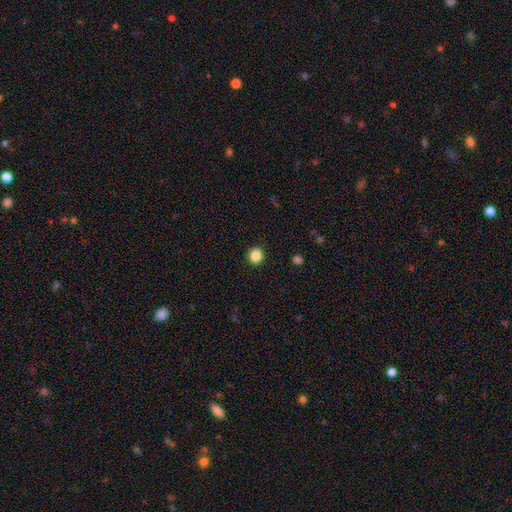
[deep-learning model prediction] smooth 86%, star or artifact 10%, featured or disk 3%. Down the decision tree: how rounded — round (91%); merging — none (93%).